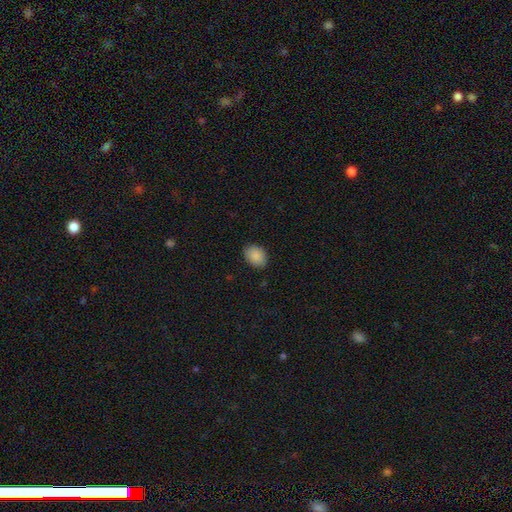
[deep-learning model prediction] A smooth galaxy with no disk features (88%) that is in between round and cigar-shaped (72%).

Vote fractions:
- Smooth or featured? smooth: 88% / star or artifact: 8% / featured or disk: 4%
- How rounded? in between: 72% / round: 27% / cigar-shaped: 1%
- Merging? none: 86% / minor disturbance: 11% / major disturbance: 2% / merger: 1%